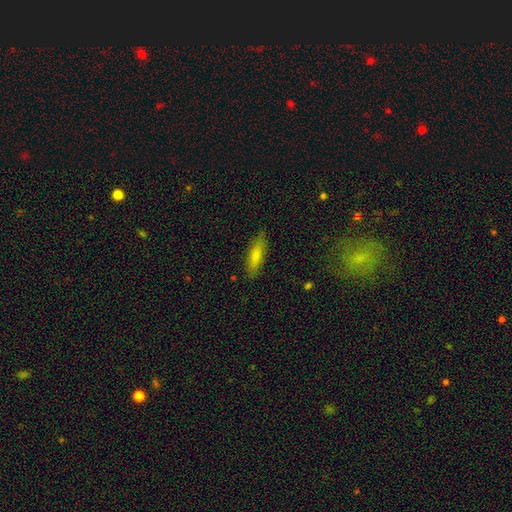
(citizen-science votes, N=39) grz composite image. It shows a smooth galaxy with no disk features (87%) that is cigar-shaped (56%). Merging: none (70%).